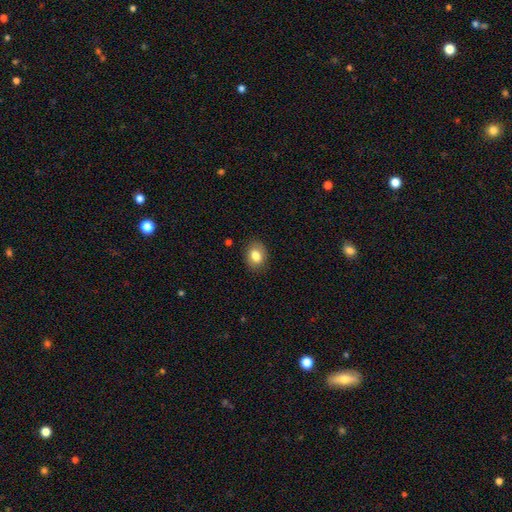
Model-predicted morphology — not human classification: A smooth galaxy with no disk features (81%) that is in between round and cigar-shaped (62%). Merging: none (86%).